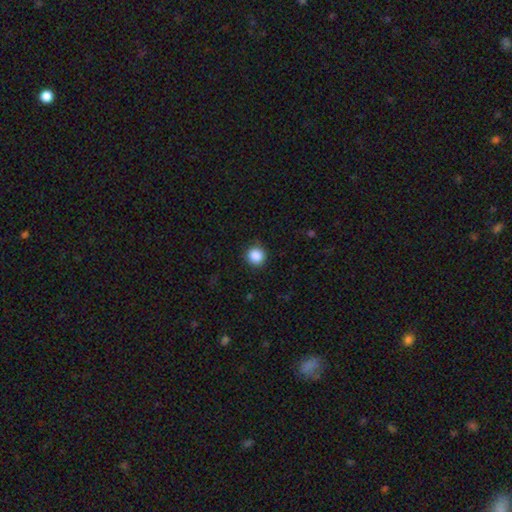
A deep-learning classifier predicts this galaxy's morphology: type=smooth (88%); roundness=round (92%); merging=none (89%).